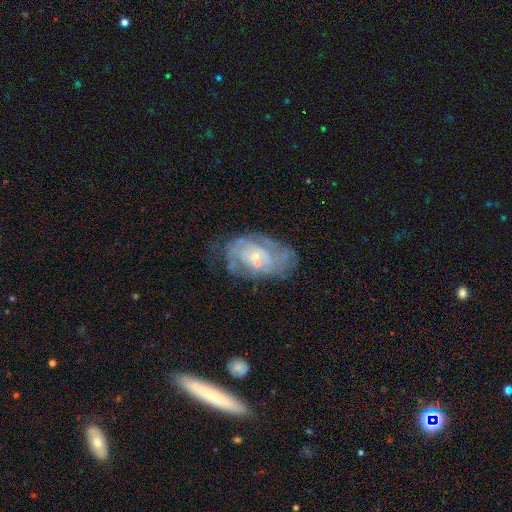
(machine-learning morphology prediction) smooth-or-featured: featured or disk: 72% | smooth: 19% | star or artifact: 8%
  disk-edge-on: no: 95% | yes: 5%
    bar: no: 72% | weak: 23% | strong: 5%
    has-spiral-arms: yes: 70% | no: 30%
    bulge-size: small: 72% | moderate: 21% | none: 4% | large: 2% | dominant: 1%
  merging: none: 58% | minor disturbance: 24% | major disturbance: 14% | merger: 5%